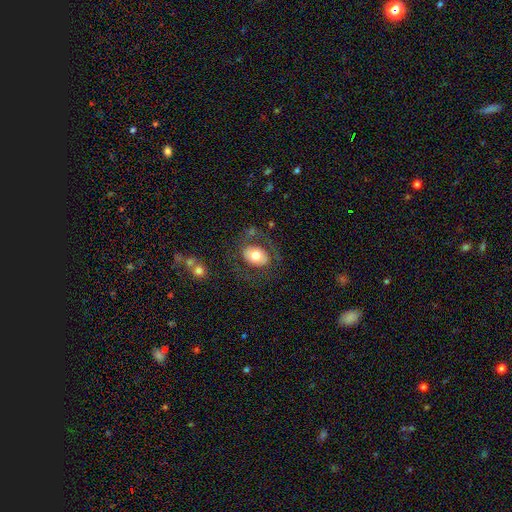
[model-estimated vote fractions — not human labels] smooth 62%, featured or disk 31%, star or artifact 7%. Down the decision tree: how rounded — in between (73%); merging — none (67%).